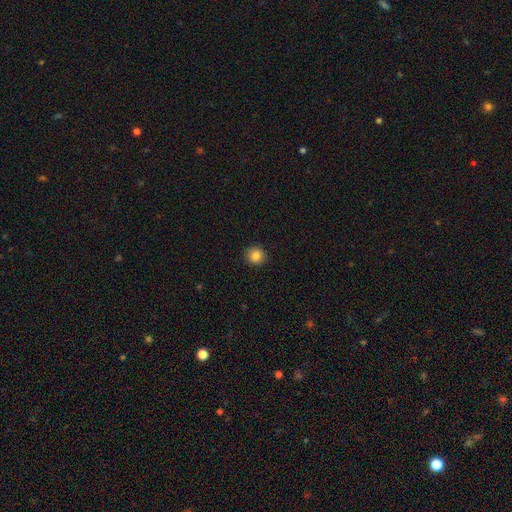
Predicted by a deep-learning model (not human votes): A smooth galaxy with no disk features (86%) that is round (91%). Merging: none (92%).